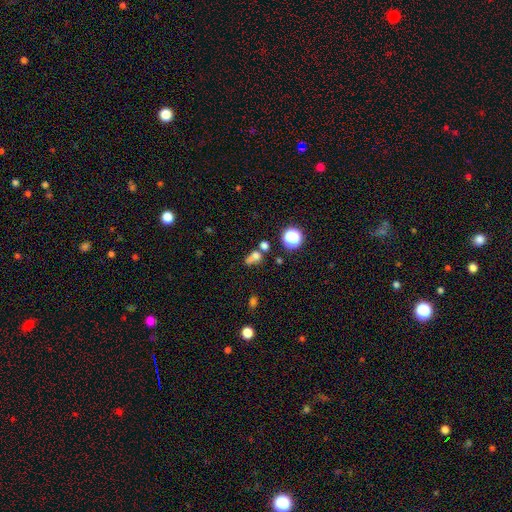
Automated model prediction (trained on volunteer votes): A smooth galaxy with no disk features (66%) that is round (52%). Merging: merger (37%).